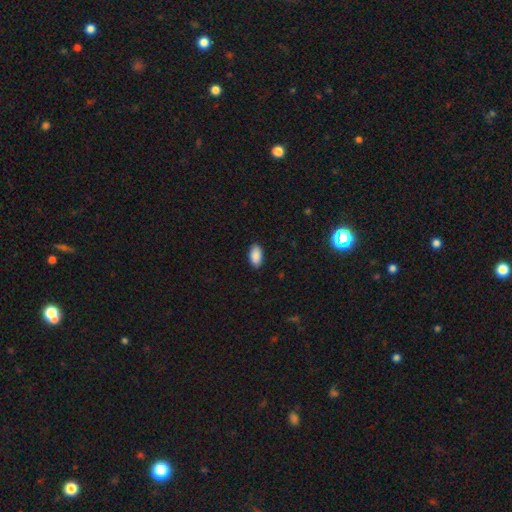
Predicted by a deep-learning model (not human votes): smooth_or_featured: smooth (p=0.90) [alt: star or artifact p=0.07]
how_rounded: in between (p=0.94) [alt: round p=0.03]
merging: none (p=0.88) [alt: minor disturbance p=0.09]